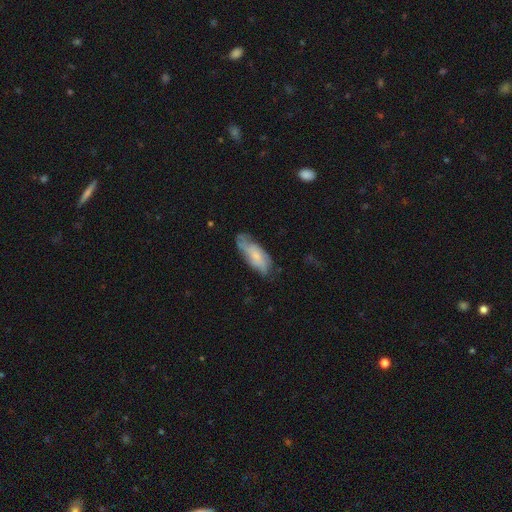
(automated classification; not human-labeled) A smooth galaxy with no disk features (49%). Merging: none (56%).